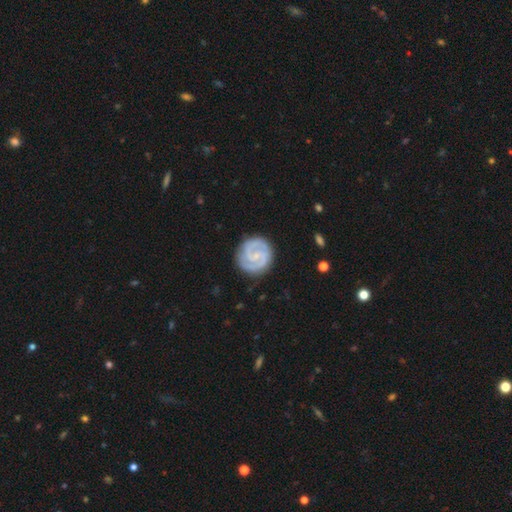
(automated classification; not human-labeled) Morphology: type=featured or disk (86%); edge-on=no (98%); bar=weak (45%); spiral arms=yes (97%); winding=tight (55%); arm count=2 (81%); bulge=small (67%); merging=none (84%).